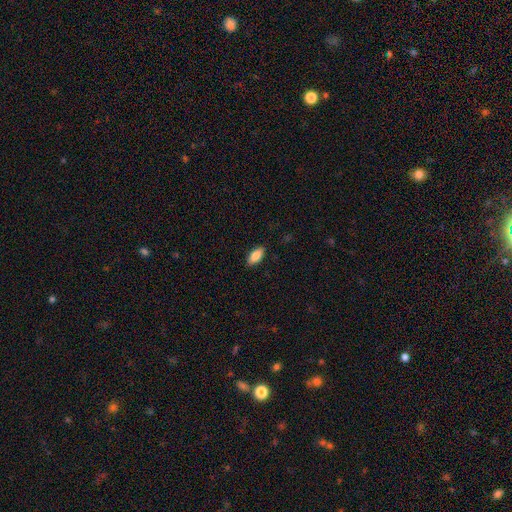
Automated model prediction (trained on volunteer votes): Morphology: type=smooth (85%); roundness=in between (87%); merging=none (89%).